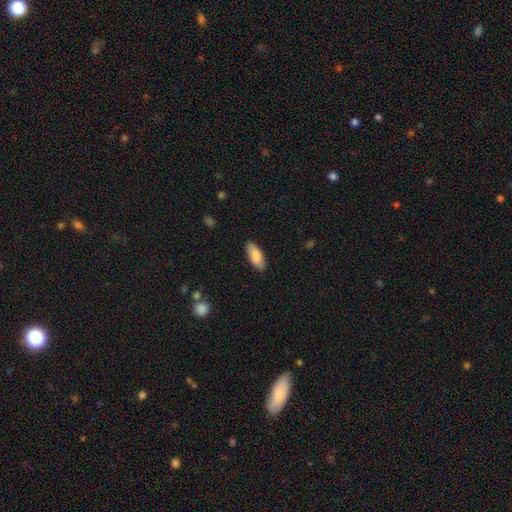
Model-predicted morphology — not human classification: Smooth or featured? smooth (84%)
How rounded? in between (82%)
Merging? none (87%)